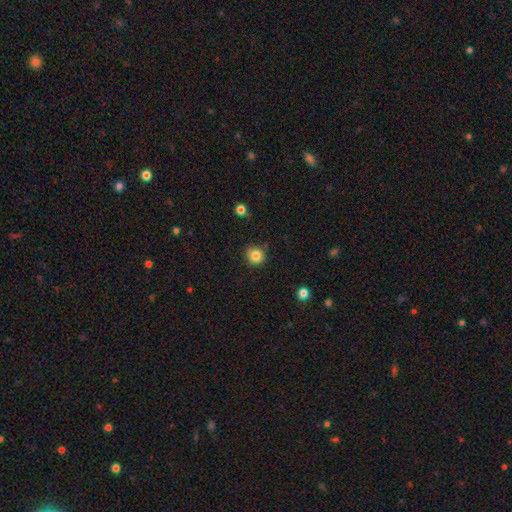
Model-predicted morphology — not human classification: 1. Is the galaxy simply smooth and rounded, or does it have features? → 84% smooth, 11% star or artifact, 5% featured or disk.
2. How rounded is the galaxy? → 93% round, 6% in between, 1% cigar-shaped.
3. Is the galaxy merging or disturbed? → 87% none, 9% minor disturbance, 2% major disturbance, 2% merger.